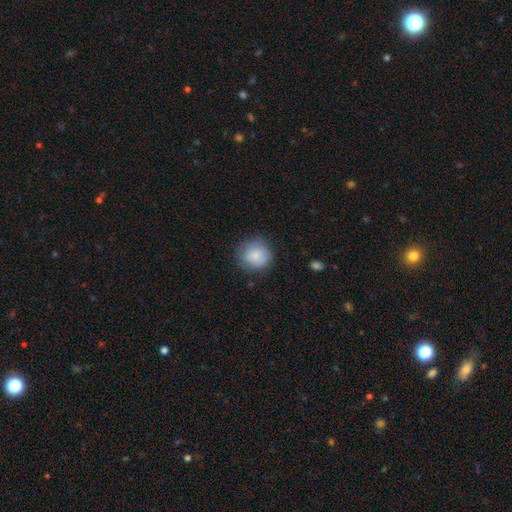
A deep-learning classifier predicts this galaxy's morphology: A smooth galaxy with no disk features (79%) that is round (87%).

Vote fractions:
- Smooth or featured? smooth: 79% / featured or disk: 13% / star or artifact: 7%
- How rounded? round: 87% / in between: 12% / cigar-shaped: 1%
- Merging? none: 75% / minor disturbance: 18% / major disturbance: 6% / merger: 1%